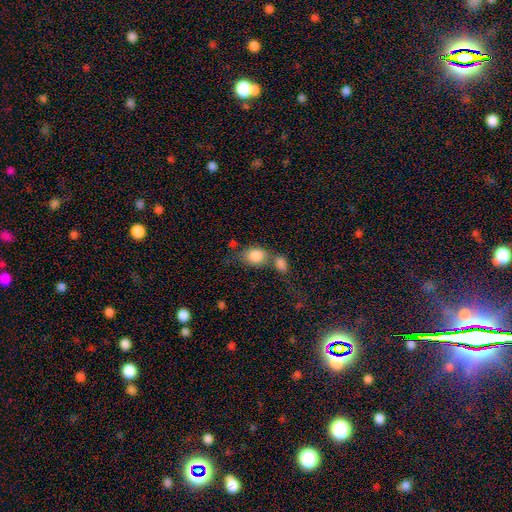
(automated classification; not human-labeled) Q: Smooth or featured?
A: smooth (84%); runner-up: featured or disk (9%)
Q: How rounded?
A: in between (60%); runner-up: round (38%)
Q: Merging?
A: merger (46%); runner-up: none (34%)